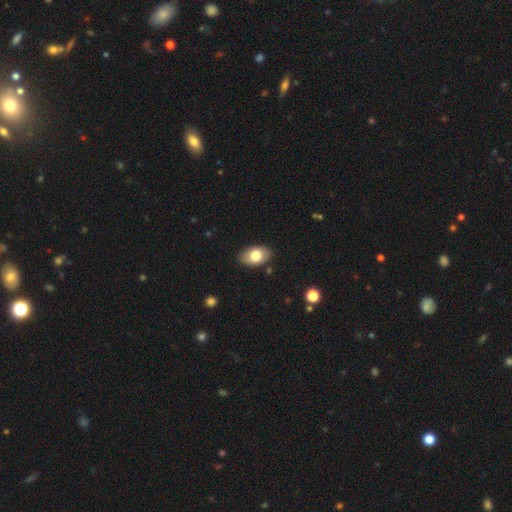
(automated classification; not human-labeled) Smooth or featured? smooth (78%)
How rounded? in between (90%)
Merging? none (86%)